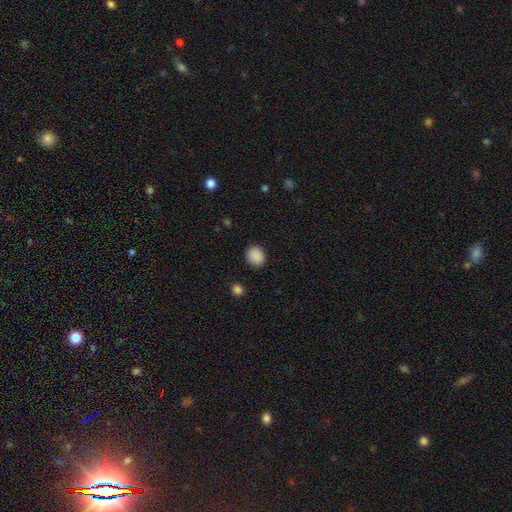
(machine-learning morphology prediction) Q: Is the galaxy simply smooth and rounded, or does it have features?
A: smooth — 89%.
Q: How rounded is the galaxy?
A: round — 77%.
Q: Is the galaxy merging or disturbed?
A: none — 89%.